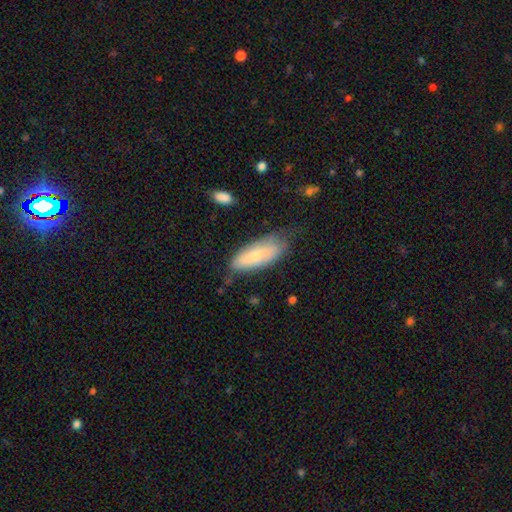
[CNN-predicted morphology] Smooth or featured? smooth (67%)
How rounded? in between (70%)
Merging? none (55%)